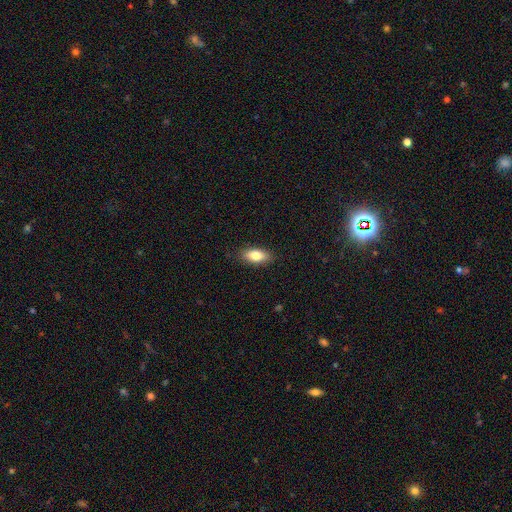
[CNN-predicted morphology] This appears to be a smooth galaxy with no disk features (81%) that is in between round and cigar-shaped (85%). Merging: none (87%).